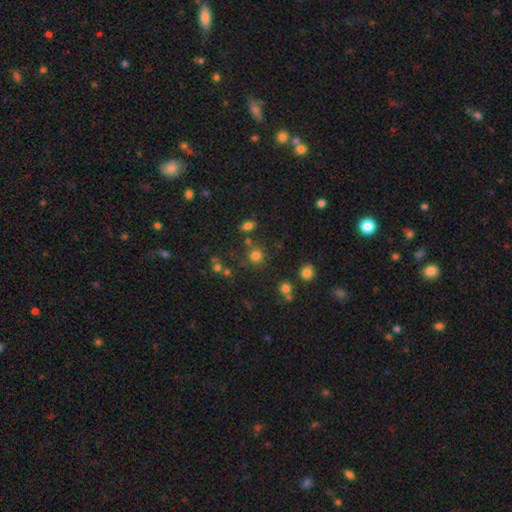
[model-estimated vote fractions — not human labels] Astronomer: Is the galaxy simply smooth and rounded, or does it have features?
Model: smooth — 75%.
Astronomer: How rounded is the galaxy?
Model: round — 89%.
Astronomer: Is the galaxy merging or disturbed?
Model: none — 75%.